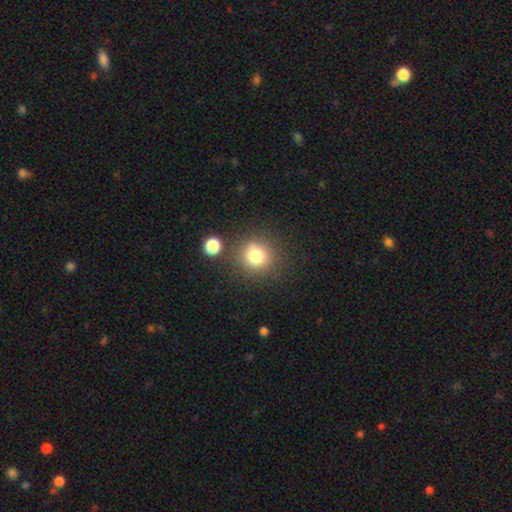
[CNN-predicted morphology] Overall: smooth (78%). How rounded: round (91%). Merging: none (78%).